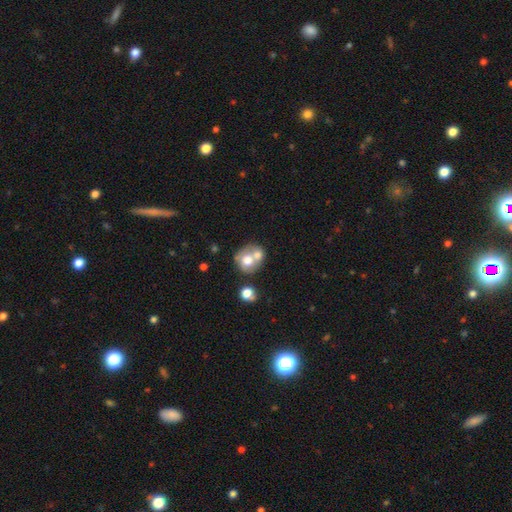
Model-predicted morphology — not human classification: smooth-or-featured: smooth: 63% | featured or disk: 28% | star or artifact: 9%
  how-rounded: round: 73% | in between: 26% | cigar-shaped: 1%
  merging: merger: 59% | none: 29% | minor disturbance: 8% | major disturbance: 4%